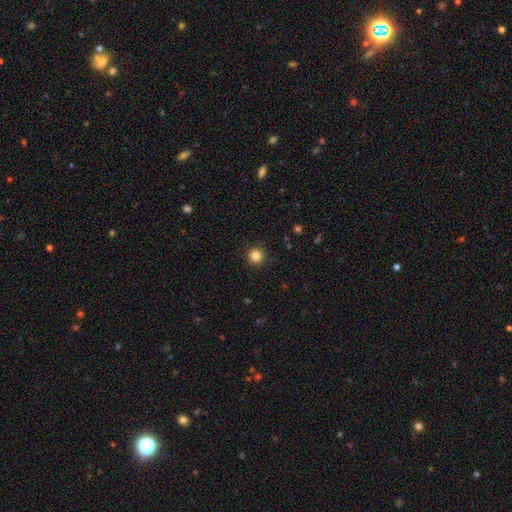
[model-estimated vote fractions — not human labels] Smooth or featured? smooth (84%)
How rounded? round (96%)
Merging? none (93%)